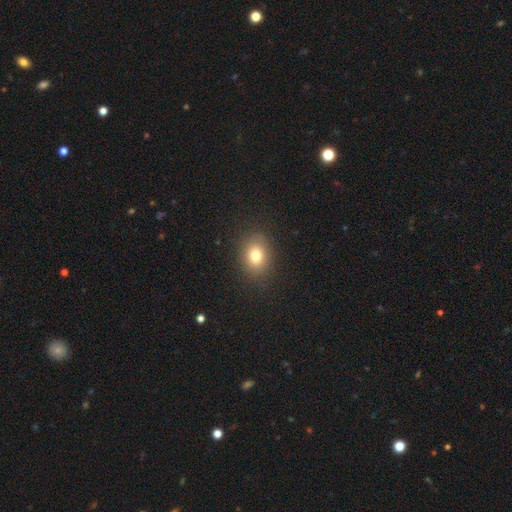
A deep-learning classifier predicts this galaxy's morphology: This is likely a smooth galaxy (78%). How rounded: possibly in between (55%). Merging: clearly none (87%).